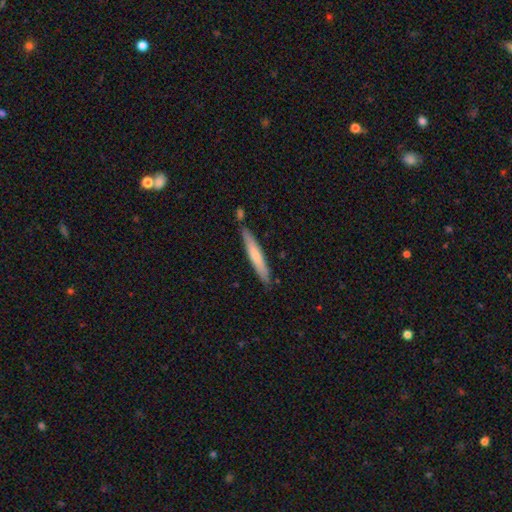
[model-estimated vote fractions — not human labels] Smooth or featured: smooth — 63% (featured or disk — 31%)
How rounded: cigar-shaped — 94% (in between — 5%)
Merging: none — 81% (minor disturbance — 12%)